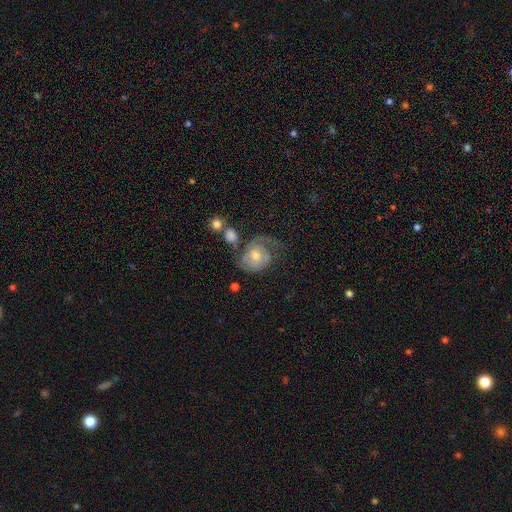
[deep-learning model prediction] This is likely a featured or disk galaxy (71%). It is clearly not viewed edge-on (97%). Bar: likely no (67%). Spiral arm pattern: clearly yes (90%). Spiral arm count: possibly 2 (56%). Spiral winding: marginally medium (41%). Central bulge: likely moderate (64%). Merging: possibly none (45%).